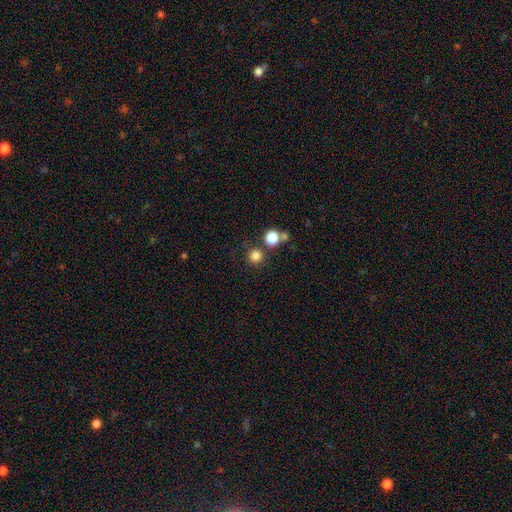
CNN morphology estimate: Smooth or featured: smooth — 81% (star or artifact — 14%)
How rounded: round — 94% (in between — 5%)
Merging: none — 76% (merger — 14%)